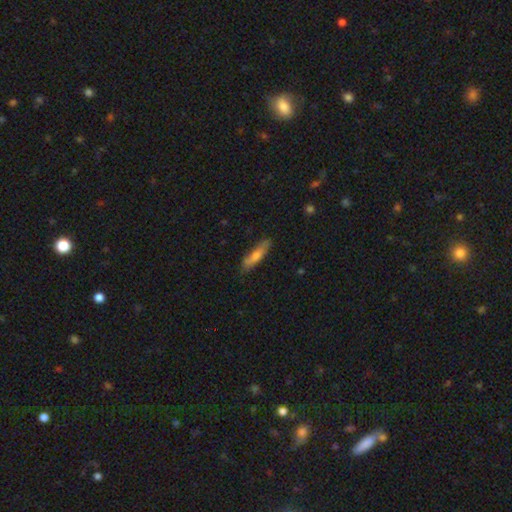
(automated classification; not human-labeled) smooth-or-featured: smooth: 64% | featured or disk: 30% | star or artifact: 6%
  how-rounded: cigar-shaped: 79% | in between: 19% | round: 2%
  merging: none: 81% | minor disturbance: 14% | major disturbance: 3% | merger: 2%